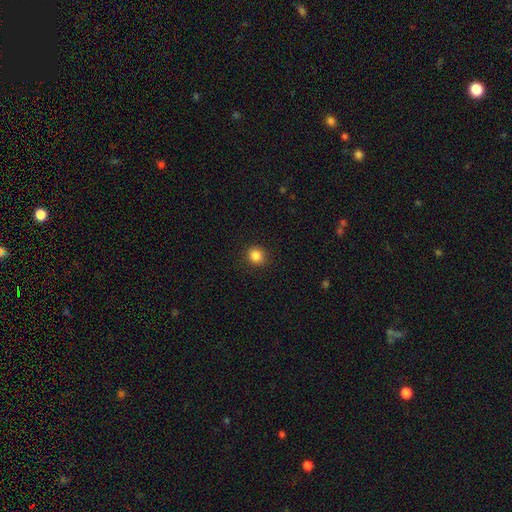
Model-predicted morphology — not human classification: The model was most divided on "smooth or featured": smooth: 86%, star or artifact: 11%, featured or disk: 4%. More confident: merging — none (91%); how rounded — round (90%).